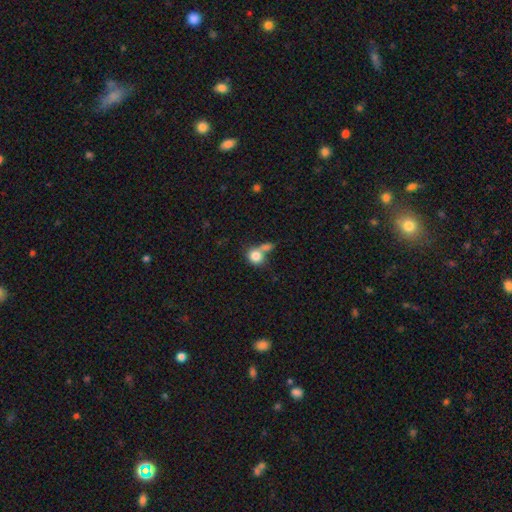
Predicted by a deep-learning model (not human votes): smooth 81%, featured or disk 10%, star or artifact 9%. Down the decision tree: how rounded — round (74%); merging — merger (48%).